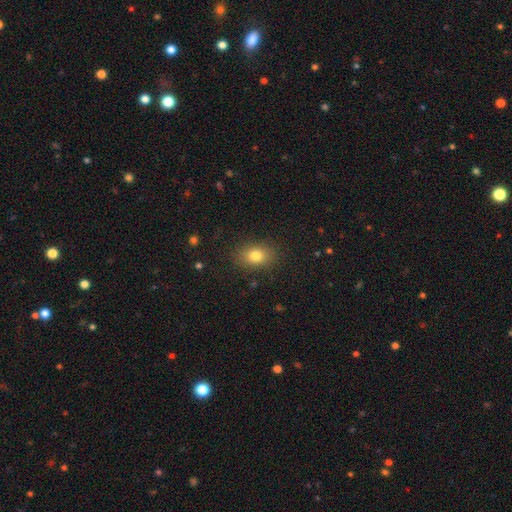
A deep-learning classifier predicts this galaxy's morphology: smooth 80%, star or artifact 11%, featured or disk 9%. Down the decision tree: how rounded — in between (69%); merging — none (87%).